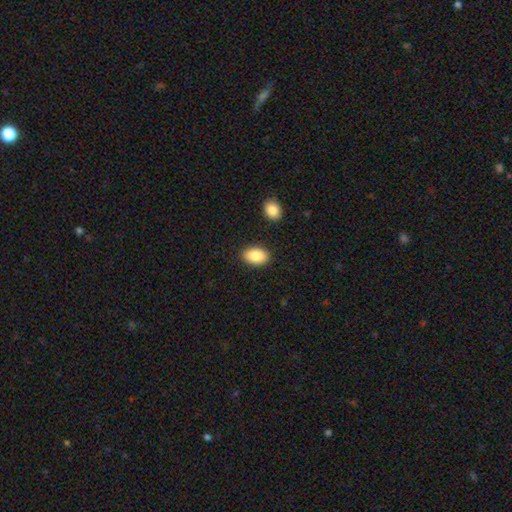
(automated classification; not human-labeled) This is clearly a smooth galaxy (87%). How rounded: clearly in between (91%). Merging: clearly none (87%).